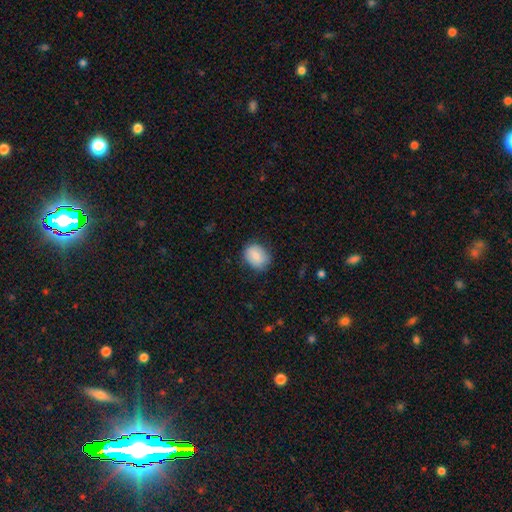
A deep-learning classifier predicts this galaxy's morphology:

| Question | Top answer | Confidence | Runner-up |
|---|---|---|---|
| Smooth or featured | smooth | 81% | featured or disk (11%) |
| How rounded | round | 51% | in between (48%) |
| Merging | none | 76% | minor disturbance (19%) |